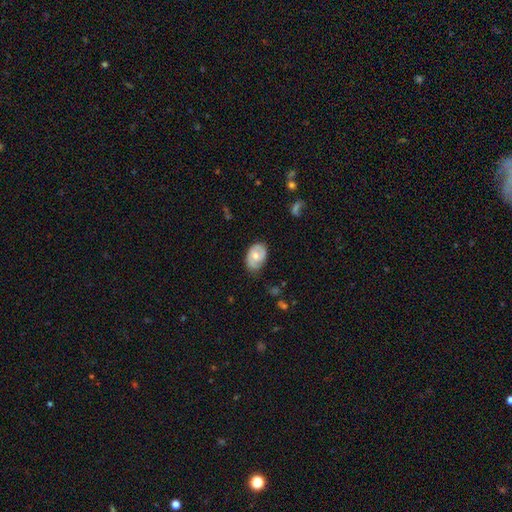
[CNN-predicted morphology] Smooth or featured? Predicted: featured or disk (p=0.50). Merging? Predicted: none (p=0.66).